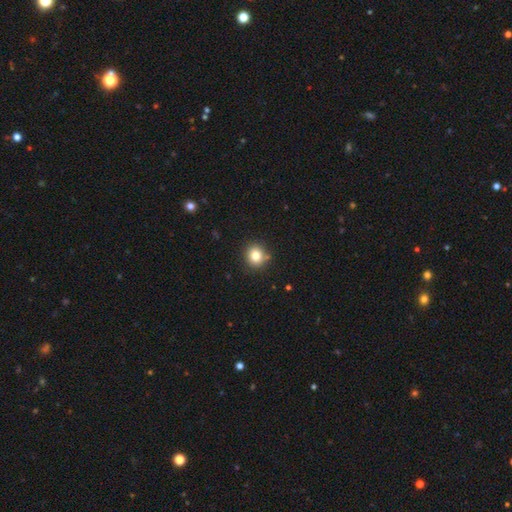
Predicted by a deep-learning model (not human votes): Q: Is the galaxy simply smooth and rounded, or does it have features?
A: smooth — 80%.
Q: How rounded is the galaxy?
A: round — 86%.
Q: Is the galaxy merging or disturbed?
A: none — 83%.